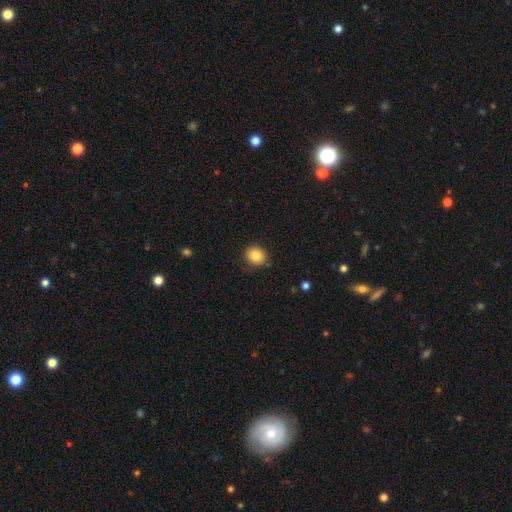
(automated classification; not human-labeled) Overall: smooth (84%). How rounded: round (79%). Merging: none (85%).